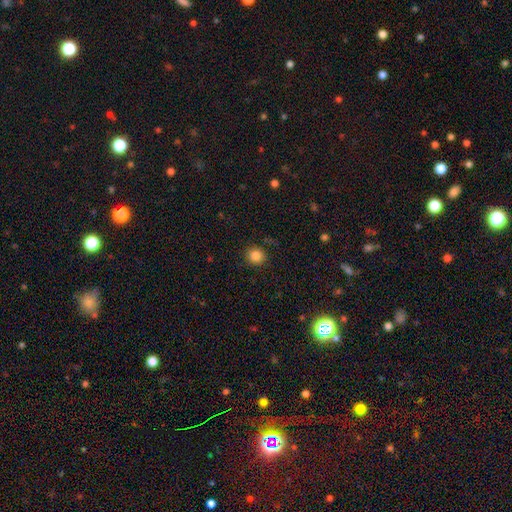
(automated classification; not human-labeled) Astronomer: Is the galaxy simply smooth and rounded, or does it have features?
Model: smooth — 86%.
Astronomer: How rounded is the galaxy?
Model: round — 91%.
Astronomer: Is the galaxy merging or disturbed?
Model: none — 89%.